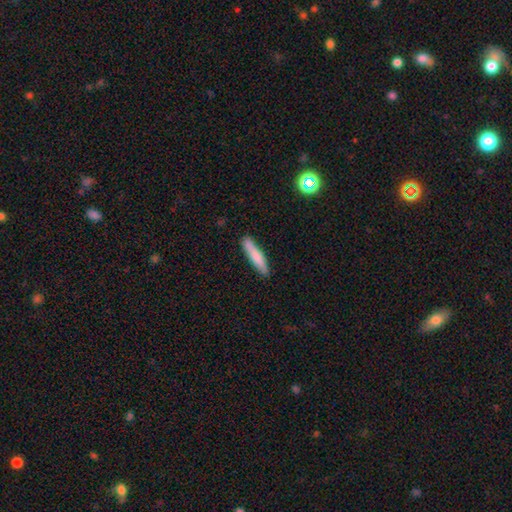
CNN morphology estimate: smooth_or_featured: smooth (p=0.76) [alt: featured or disk p=0.18]
how_rounded: cigar-shaped (p=0.88) [alt: in between p=0.10]
merging: none (p=0.86) [alt: minor disturbance p=0.11]